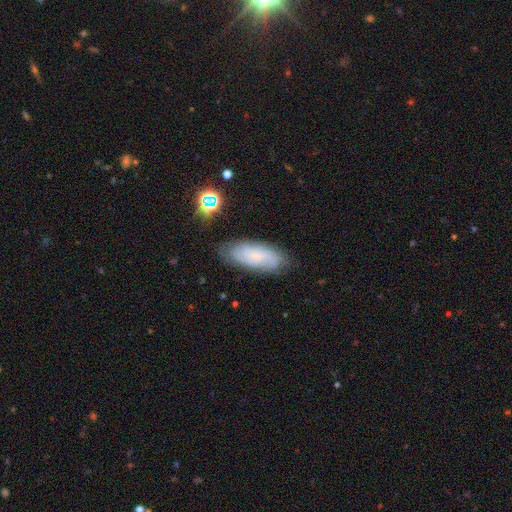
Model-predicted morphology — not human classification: This appears to be a smooth galaxy with no disk features (50%). Merging: none (76%).